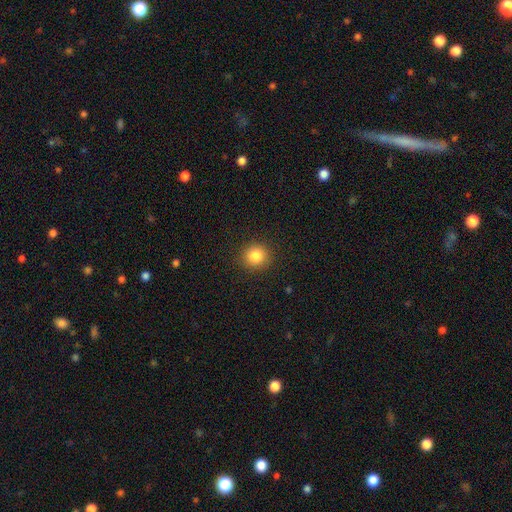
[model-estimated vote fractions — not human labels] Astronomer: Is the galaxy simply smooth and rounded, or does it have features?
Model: smooth — 84%.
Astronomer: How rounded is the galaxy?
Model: round — 90%.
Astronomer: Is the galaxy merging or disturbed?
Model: none — 90%.